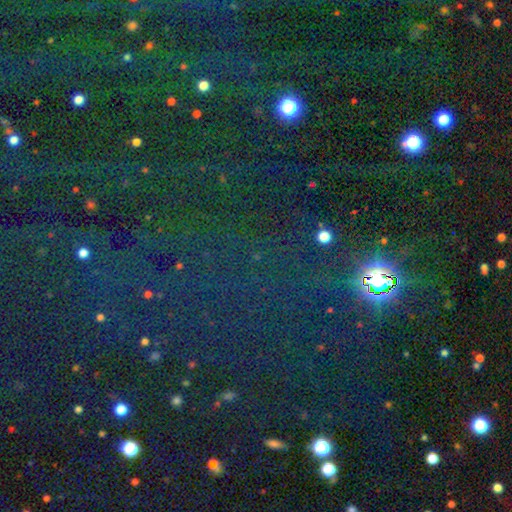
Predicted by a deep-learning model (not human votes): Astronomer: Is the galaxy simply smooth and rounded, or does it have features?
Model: star or artifact — 76%.